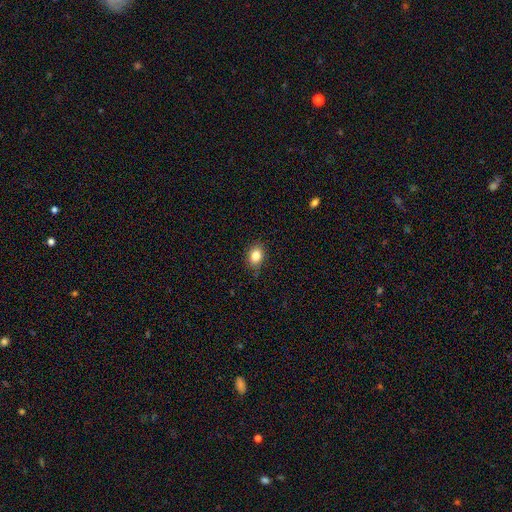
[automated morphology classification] Smooth or featured: smooth — 83% (star or artifact — 10%)
How rounded: in between — 65% (round — 33%)
Merging: none — 81% (minor disturbance — 15%)